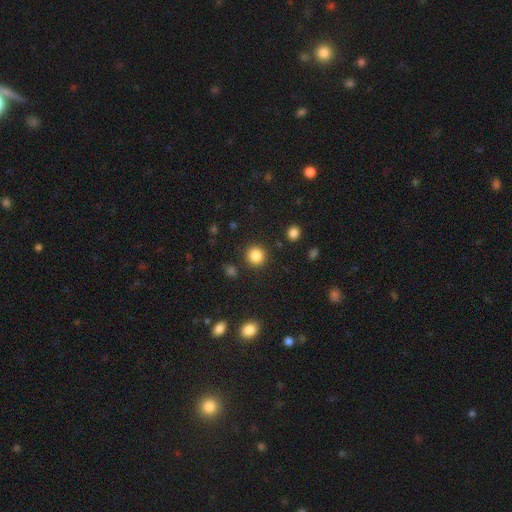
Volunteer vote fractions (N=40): smooth 92%, featured or disk 5%, star or artifact 2%. Down the decision tree: how rounded — round (89%); merging — none (85%).